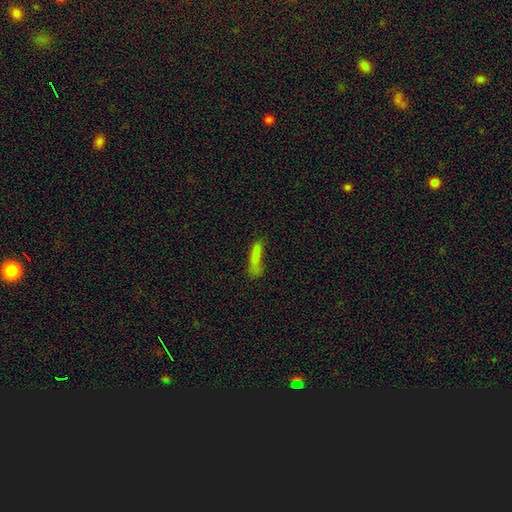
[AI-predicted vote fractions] Smooth or featured? Predicted: smooth (p=0.75). How rounded? Predicted: cigar-shaped (p=0.74). Merging? Predicted: none (p=0.47).